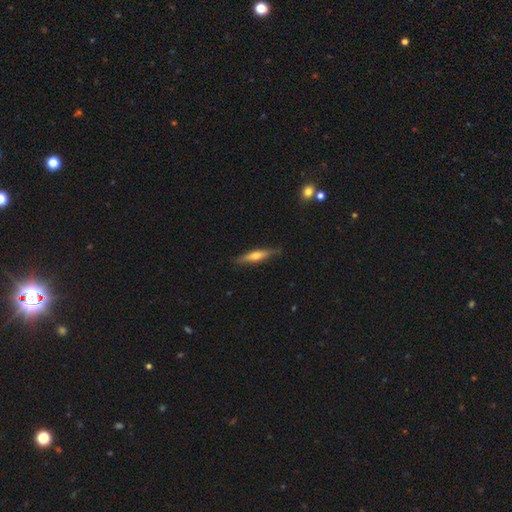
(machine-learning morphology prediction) featured or disk 49%, smooth 45%, star or artifact 6%. Down the decision tree: merging — none (82%).